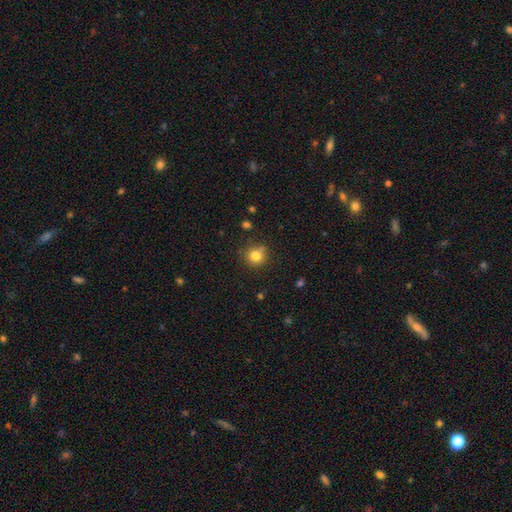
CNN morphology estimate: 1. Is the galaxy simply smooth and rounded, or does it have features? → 81% smooth, 12% star or artifact, 7% featured or disk.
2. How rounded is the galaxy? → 91% round, 8% in between, 1% cigar-shaped.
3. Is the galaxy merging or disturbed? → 77% none, 14% minor disturbance, 6% merger, 3% major disturbance.